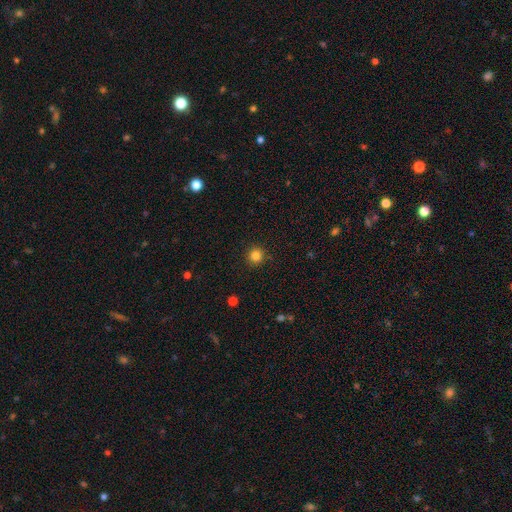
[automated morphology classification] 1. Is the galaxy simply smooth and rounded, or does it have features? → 83% smooth, 13% star or artifact, 5% featured or disk.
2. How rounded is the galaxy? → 95% round, 4% in between, 1% cigar-shaped.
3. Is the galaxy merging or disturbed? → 91% none, 6% minor disturbance, 2% major disturbance, 1% merger.